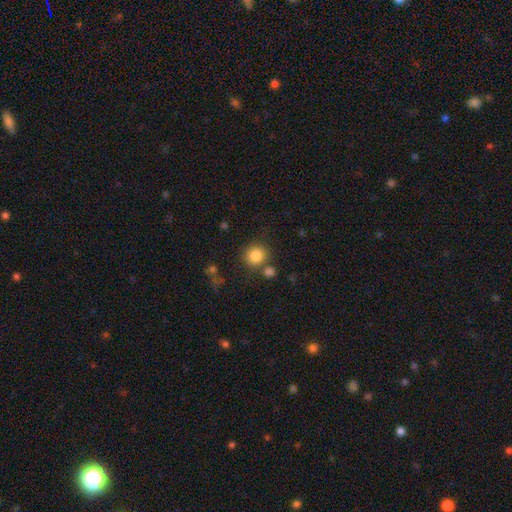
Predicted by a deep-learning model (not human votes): This appears to be a smooth galaxy with no disk features (84%) that is round (88%). Merging: none (73%).